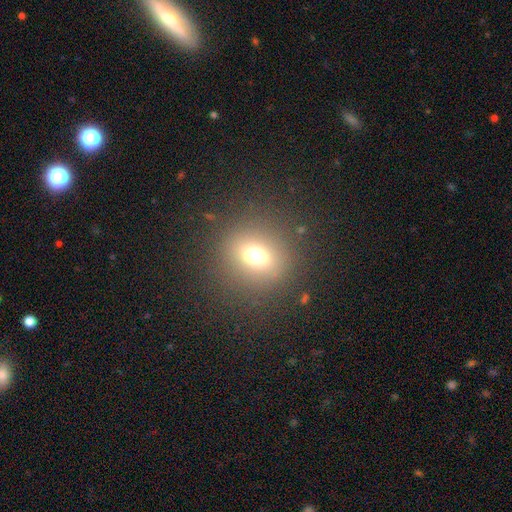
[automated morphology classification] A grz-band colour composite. It shows a smooth galaxy with no disk features (67%) that is round (78%). Merging: none (84%).